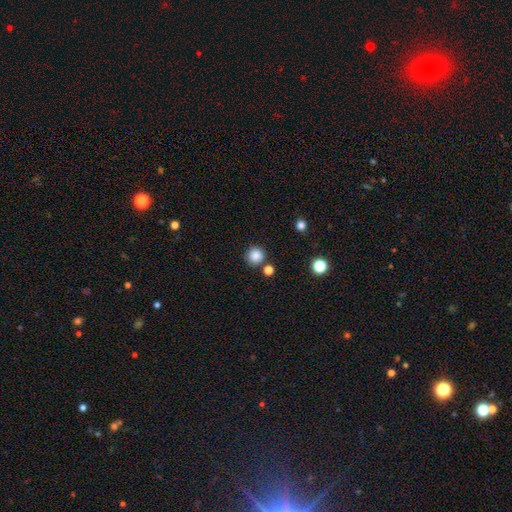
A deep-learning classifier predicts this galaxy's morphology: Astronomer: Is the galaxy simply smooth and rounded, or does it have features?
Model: smooth — 86%.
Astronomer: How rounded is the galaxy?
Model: round — 95%.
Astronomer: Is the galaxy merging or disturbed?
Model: none — 85%.